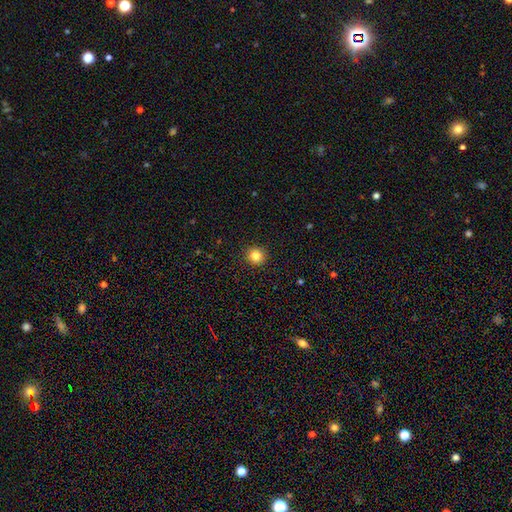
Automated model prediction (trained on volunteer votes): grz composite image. It shows a smooth galaxy with no disk features (83%) that is round (93%). Merging: none (92%).